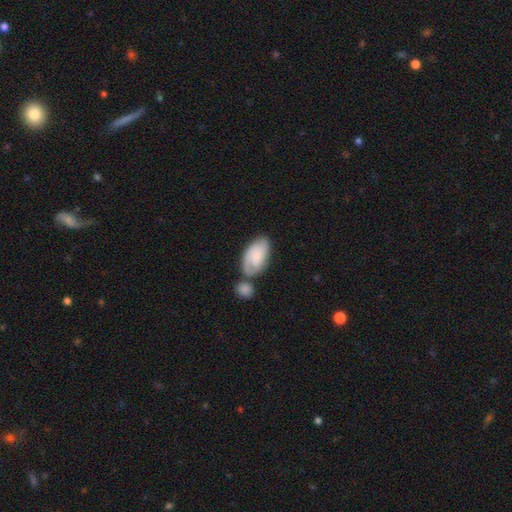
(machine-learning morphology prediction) This is possibly a smooth galaxy (55%). How rounded: clearly in between (93%). Merging: marginally none (43%).